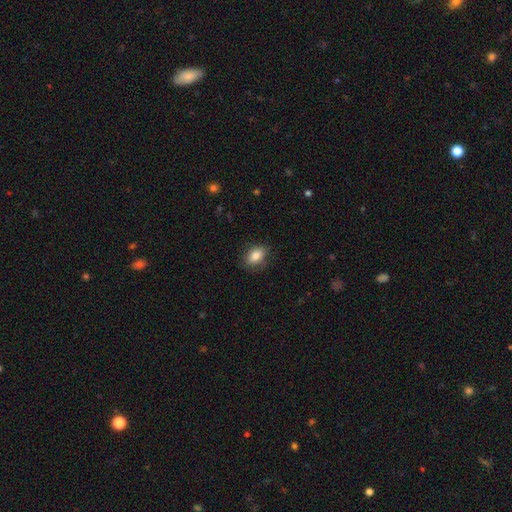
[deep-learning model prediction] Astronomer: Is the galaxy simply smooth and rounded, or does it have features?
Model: smooth — 84%.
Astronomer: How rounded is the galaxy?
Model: in between — 85%.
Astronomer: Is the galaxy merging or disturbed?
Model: none — 81%.